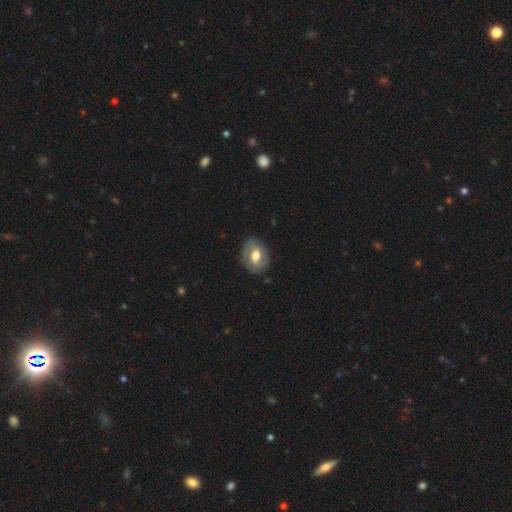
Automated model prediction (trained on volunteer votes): This appears to be a featured or disk galaxy (55%) with no bar (42%, tied with weak), spiral arms (63%) and a moderate central bulge (60%). Merging: none (79%).